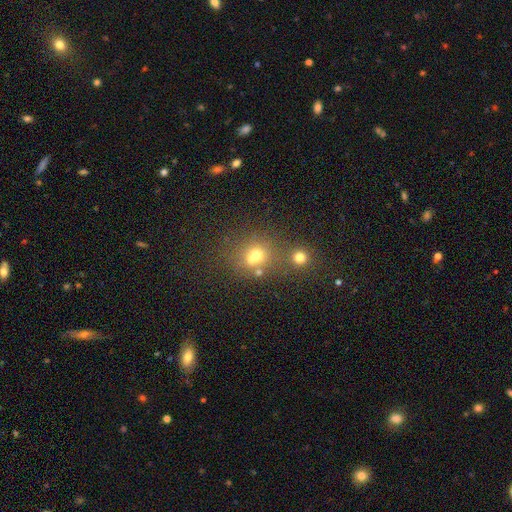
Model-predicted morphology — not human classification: The model was most divided on "merging": none: 52%, merger: 34%, minor disturbance: 10%, major disturbance: 5%. More confident: how rounded — round (79%); smooth or featured — smooth (64%).